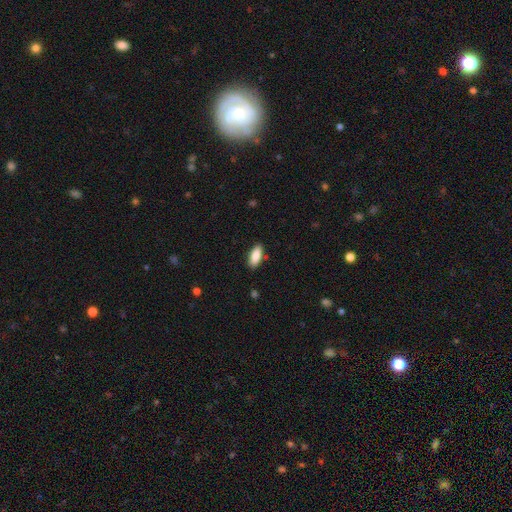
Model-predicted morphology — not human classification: This is clearly a smooth galaxy (86%). How rounded: clearly in between (81%). Merging: clearly none (85%).